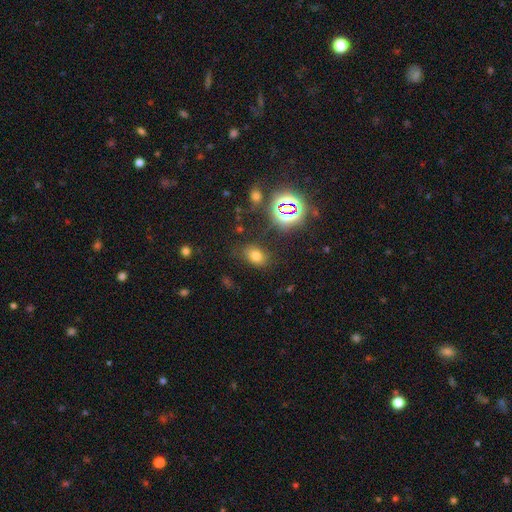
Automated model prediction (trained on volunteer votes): Smooth or featured? Predicted: smooth (p=0.68). How rounded? Predicted: in between (p=0.76). Merging? Predicted: none (p=0.79).